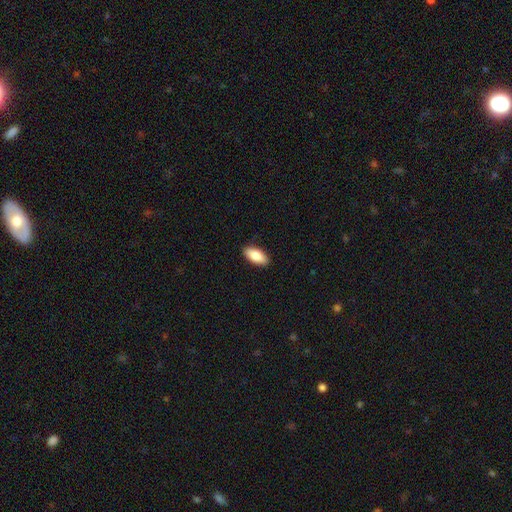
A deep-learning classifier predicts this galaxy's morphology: type=smooth (83%); roundness=in between (89%); merging=none (90%).